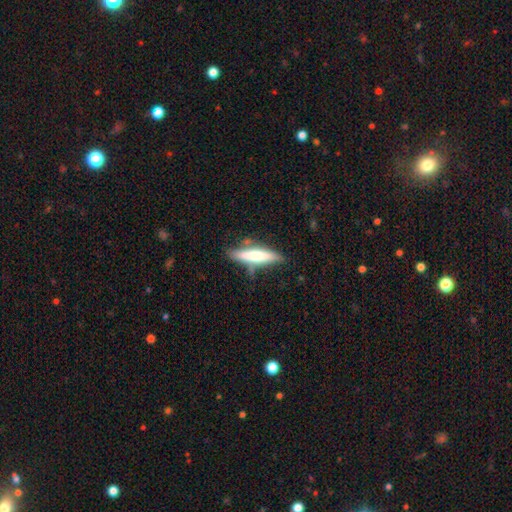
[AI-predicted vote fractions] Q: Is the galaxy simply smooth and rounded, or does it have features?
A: smooth — 59%.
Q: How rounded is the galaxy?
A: cigar-shaped — 81%.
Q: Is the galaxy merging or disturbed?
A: none — 69%.